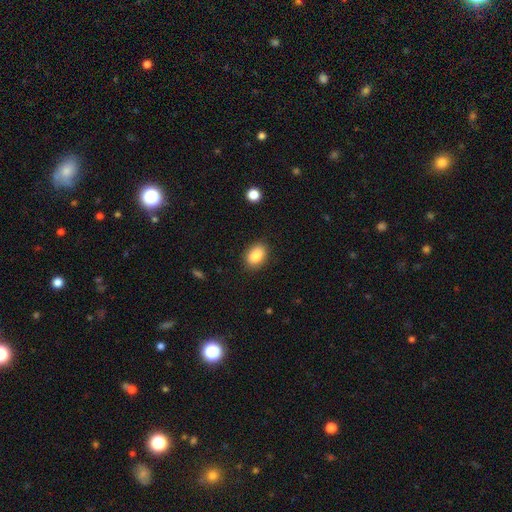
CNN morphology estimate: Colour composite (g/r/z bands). It shows a smooth galaxy with no disk features (87%) that is in between round and cigar-shaped (83%). Merging: none (86%).